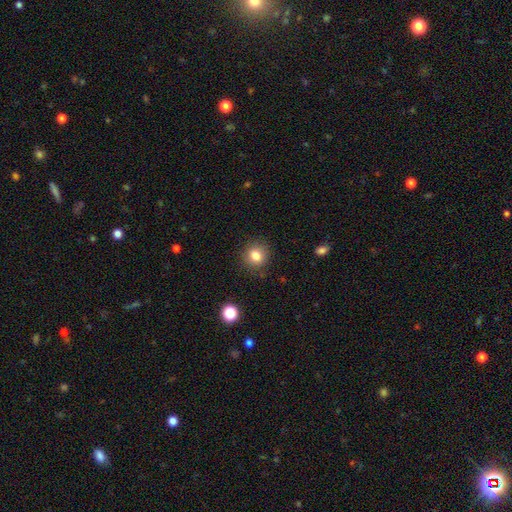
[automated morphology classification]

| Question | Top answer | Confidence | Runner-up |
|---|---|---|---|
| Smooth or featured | smooth | 82% | star or artifact (11%) |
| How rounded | round | 85% | in between (14%) |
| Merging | none | 88% | minor disturbance (8%) |